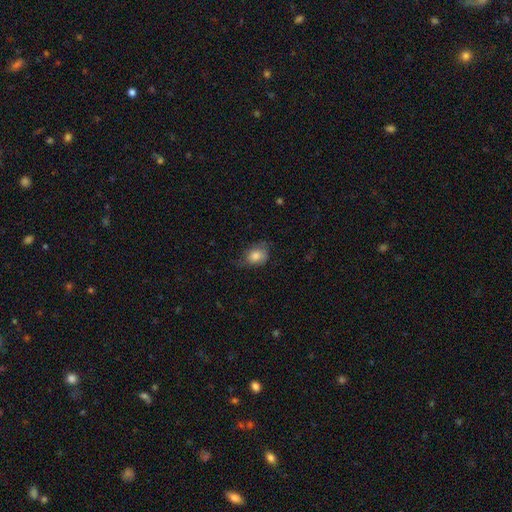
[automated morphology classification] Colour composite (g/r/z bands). It shows a smooth galaxy with no disk features (81%) that is in between round and cigar-shaped (67%). Merging: none (53%).